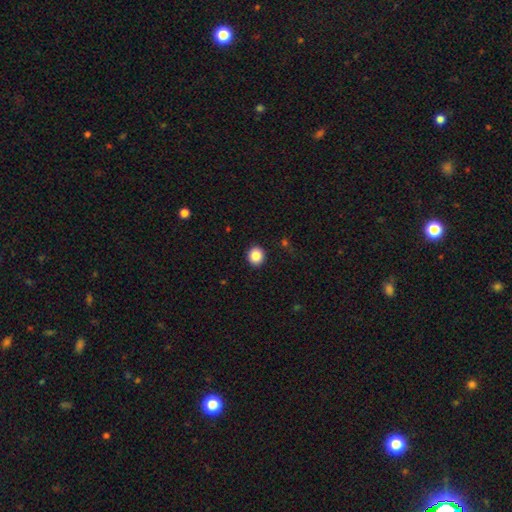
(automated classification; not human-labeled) The model was most divided on "how rounded": round: 85%, in between: 14%, cigar-shaped: 1%. More confident: merging — none (91%); smooth or featured — smooth (87%).